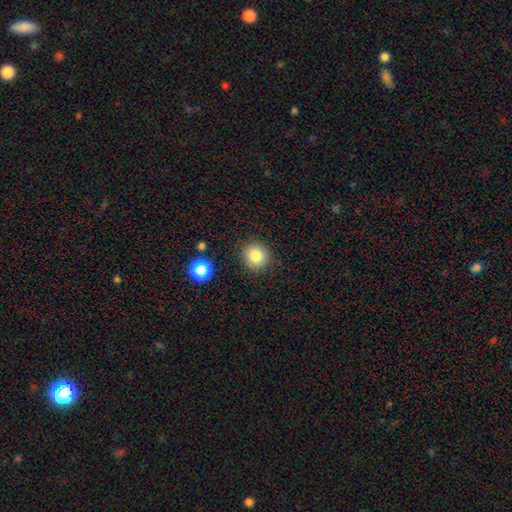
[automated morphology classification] This is clearly a smooth galaxy (82%). How rounded: clearly round (88%). Merging: clearly none (88%).